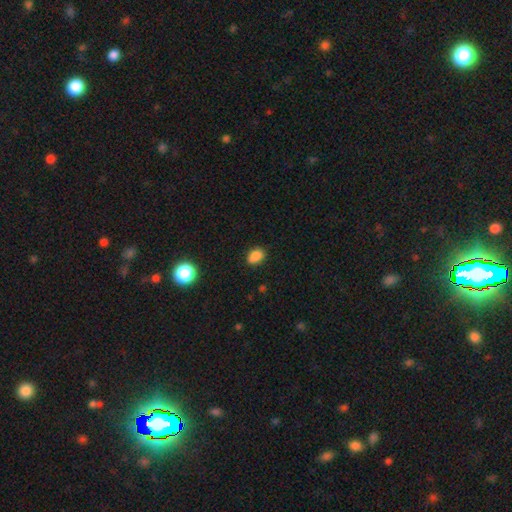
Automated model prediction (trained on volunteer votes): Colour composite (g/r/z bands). It shows a smooth galaxy with no disk features (86%) that is in between round and cigar-shaped (75%). Merging: none (84%).